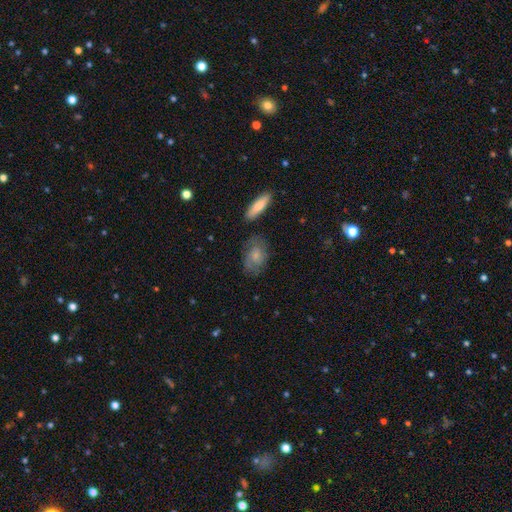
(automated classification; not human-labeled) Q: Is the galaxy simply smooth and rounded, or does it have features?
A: smooth — 54%.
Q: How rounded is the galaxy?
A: in between — 82%.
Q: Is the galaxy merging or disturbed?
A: none — 69%.